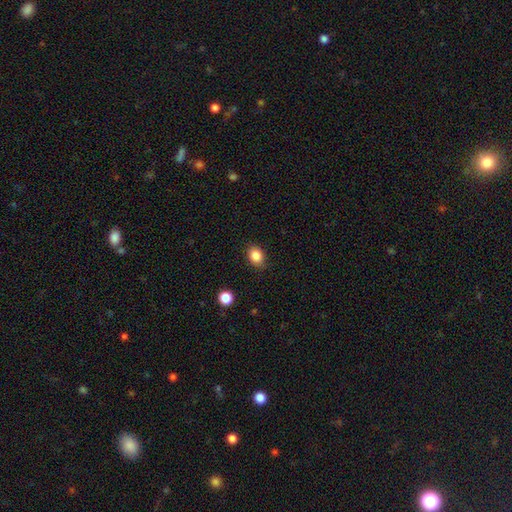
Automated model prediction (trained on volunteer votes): Smooth or featured?
  - smooth: 86% *
  - star or artifact: 9%
  - featured or disk: 5%
How rounded?
  - in between: 65% *
  - round: 34%
  - cigar-shaped: 1%
Merging?
  - none: 86% *
  - minor disturbance: 11%
  - major disturbance: 2%
  - merger: 1%